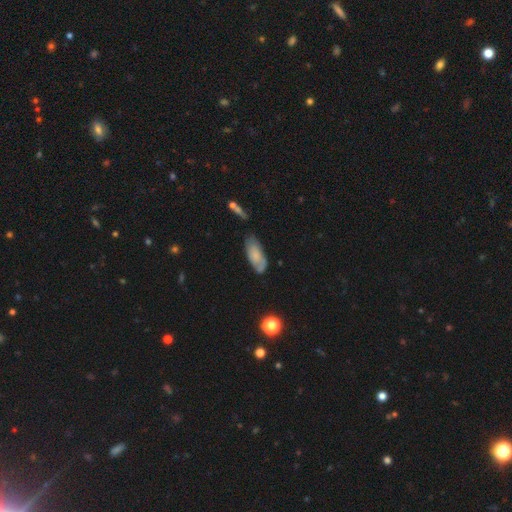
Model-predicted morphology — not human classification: Smooth or featured? smooth (62%)
How rounded? in between (83%)
Merging? none (59%)